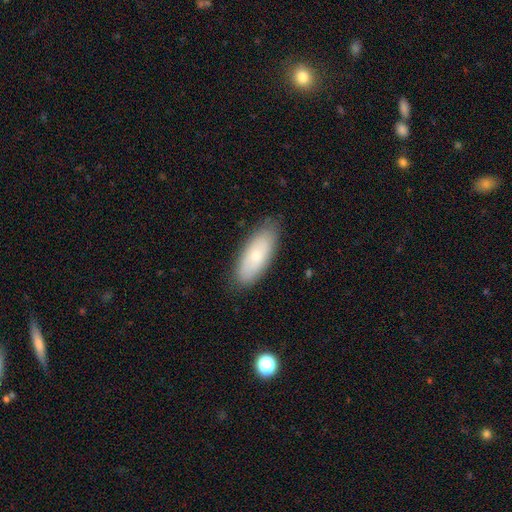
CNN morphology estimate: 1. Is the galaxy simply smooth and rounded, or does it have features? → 69% smooth, 24% featured or disk, 7% star or artifact.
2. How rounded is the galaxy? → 77% in between, 21% cigar-shaped, 2% round.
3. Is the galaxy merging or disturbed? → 84% none, 13% minor disturbance, 2% major disturbance, 1% merger.